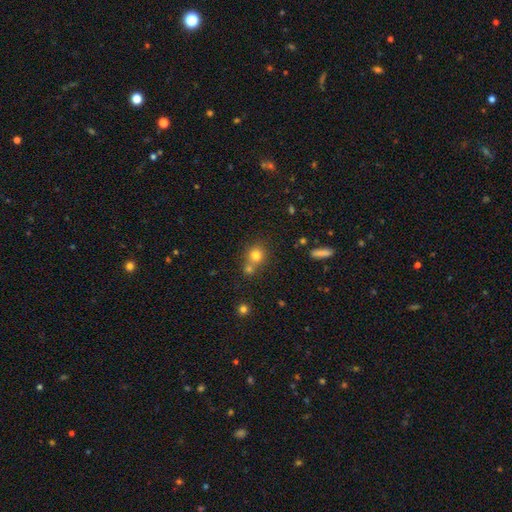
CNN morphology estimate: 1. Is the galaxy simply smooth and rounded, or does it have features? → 77% smooth, 14% star or artifact, 9% featured or disk.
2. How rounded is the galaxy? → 85% round, 14% in between, 1% cigar-shaped.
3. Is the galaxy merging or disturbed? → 54% none, 35% merger, 8% minor disturbance, 3% major disturbance.